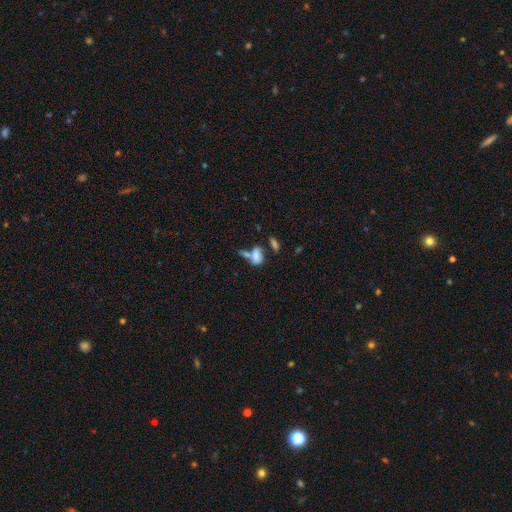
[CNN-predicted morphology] The model was most divided on "merging": merger: 50%, none: 26%, minor disturbance: 13%, major disturbance: 10%. More confident: how rounded — in between (85%); smooth or featured — smooth (74%).